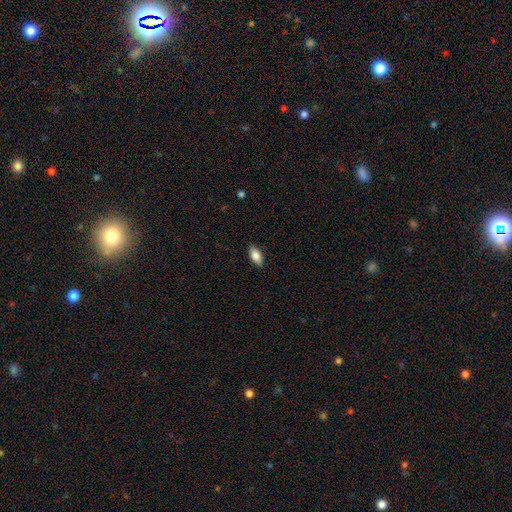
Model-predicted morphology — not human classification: smooth-or-featured: smooth: 82% | featured or disk: 11% | star or artifact: 7%
  how-rounded: in between: 86% | cigar-shaped: 11% | round: 3%
  merging: none: 88% | minor disturbance: 9% | major disturbance: 2% | merger: 1%